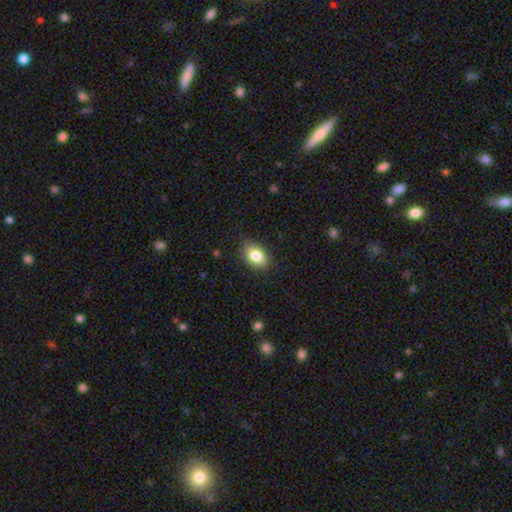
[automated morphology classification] type=smooth (83%); roundness=in between (84%); merging=none (85%).